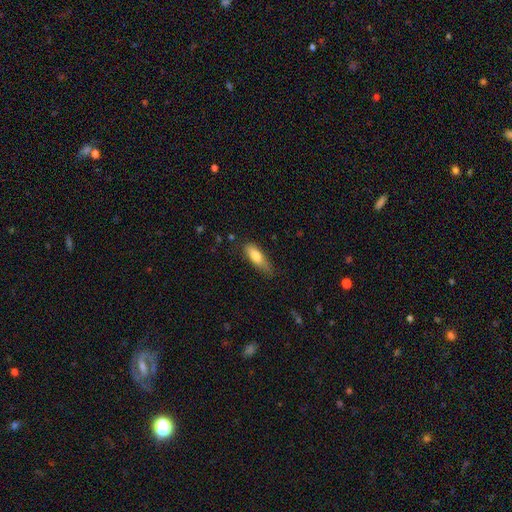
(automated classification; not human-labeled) Morphology: type=smooth (77%); roundness=in between (59%); merging=none (61%).